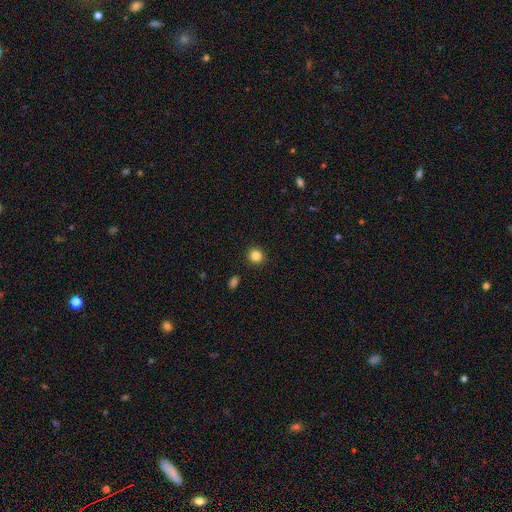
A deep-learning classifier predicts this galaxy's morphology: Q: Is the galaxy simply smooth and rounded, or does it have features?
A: smooth — 84%.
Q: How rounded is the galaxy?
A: round — 90%.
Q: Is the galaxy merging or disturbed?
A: none — 91%.